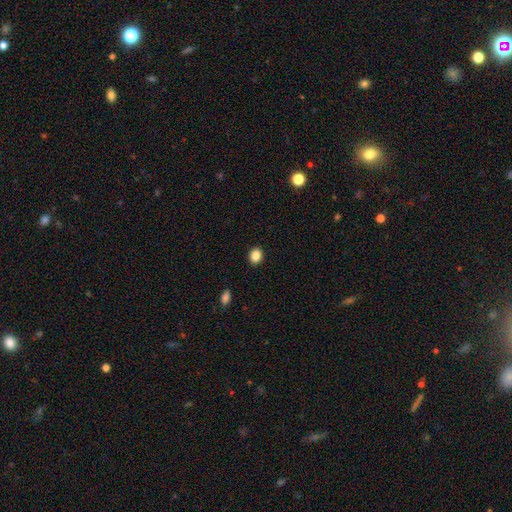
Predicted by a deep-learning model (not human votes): A smooth galaxy with no disk features (87%) that is round (55%). Merging: none (91%).